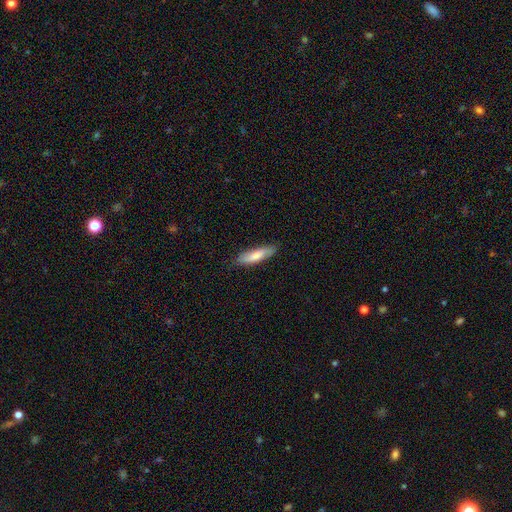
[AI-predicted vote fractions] smooth-or-featured: smooth: 75% | featured or disk: 19% | star or artifact: 5%
  how-rounded: cigar-shaped: 66% | in between: 32% | round: 1%
  merging: none: 84% | minor disturbance: 13% | major disturbance: 2% | merger: 1%